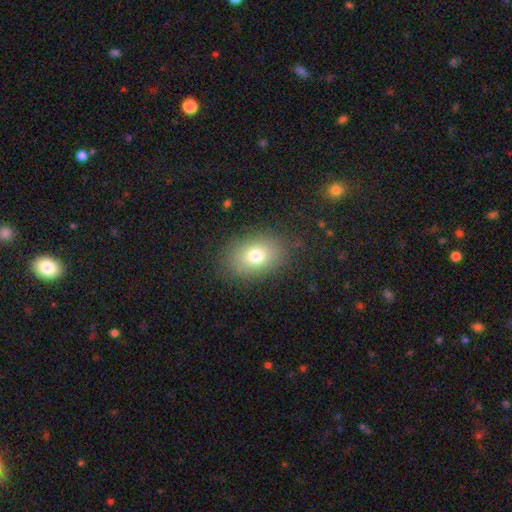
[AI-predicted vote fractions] A smooth galaxy with no disk features (76%) that is in between round and cigar-shaped (71%).

Vote fractions:
- Smooth or featured? smooth: 76% / featured or disk: 12% / star or artifact: 12%
- How rounded? in between: 71% / round: 28% / cigar-shaped: 1%
- Merging? none: 84% / minor disturbance: 10% / major disturbance: 5% / merger: 1%